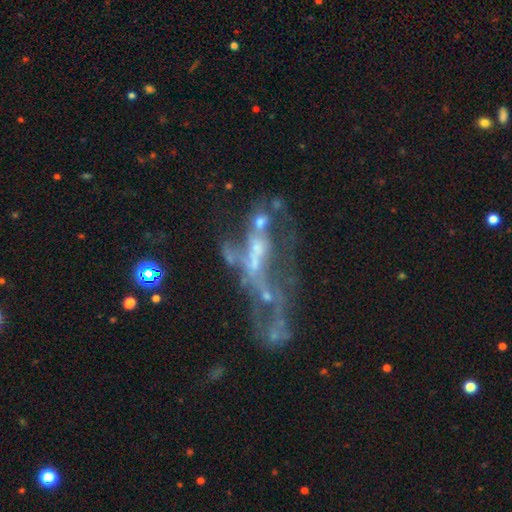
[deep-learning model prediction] Morphology: type=featured or disk (65%); edge-on=no (90%); bar=no (75%); spiral arms=no (82%); bulge=none (55%); merging=major disturbance (35%).